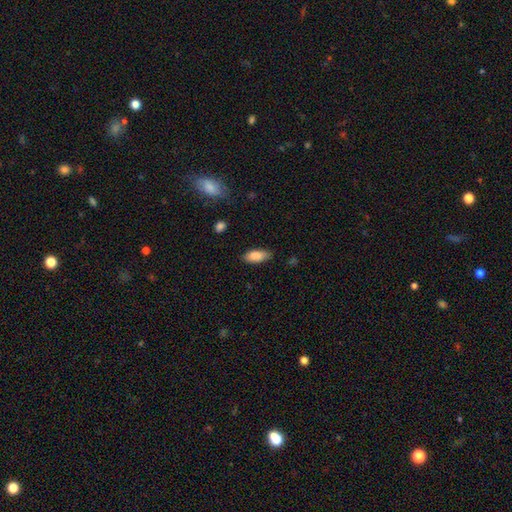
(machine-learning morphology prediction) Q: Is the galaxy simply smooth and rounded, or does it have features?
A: smooth — 87%.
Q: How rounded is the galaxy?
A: in between — 83%.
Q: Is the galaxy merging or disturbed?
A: none — 81%.